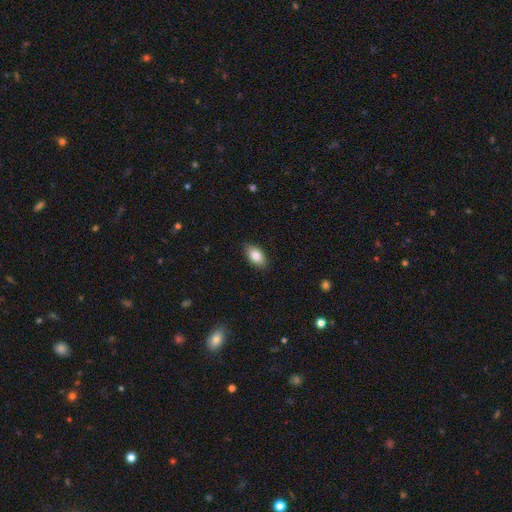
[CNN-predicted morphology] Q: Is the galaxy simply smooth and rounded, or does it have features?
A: smooth — 81%.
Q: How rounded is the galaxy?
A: in between — 90%.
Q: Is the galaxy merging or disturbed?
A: none — 87%.